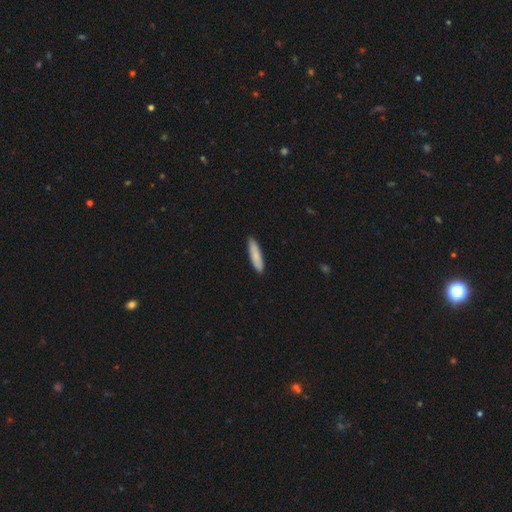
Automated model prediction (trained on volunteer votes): smooth_or_featured: smooth (p=0.84) [alt: featured or disk p=0.10]
how_rounded: cigar-shaped (p=0.76) [alt: in between p=0.22]
merging: none (p=0.89) [alt: minor disturbance p=0.09]